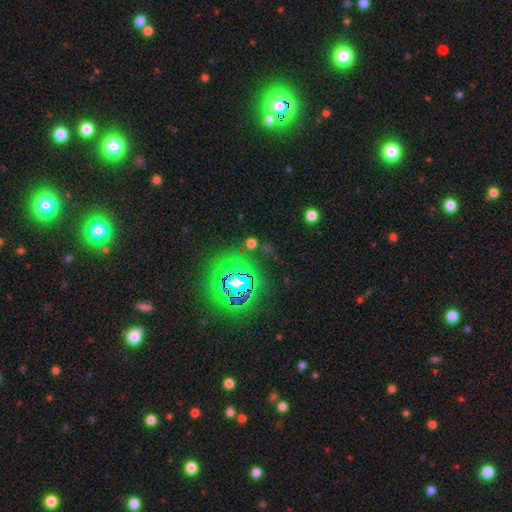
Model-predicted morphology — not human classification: Overall: star or artifact (81%).